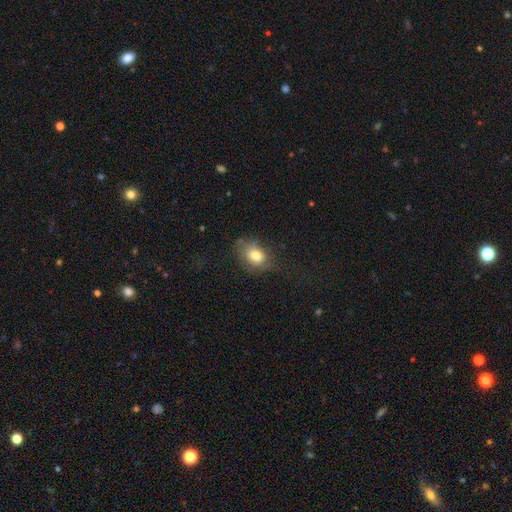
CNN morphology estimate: This appears to be a smooth galaxy with no disk features (78%) that is in between round and cigar-shaped (72%). Merging: none (58%).